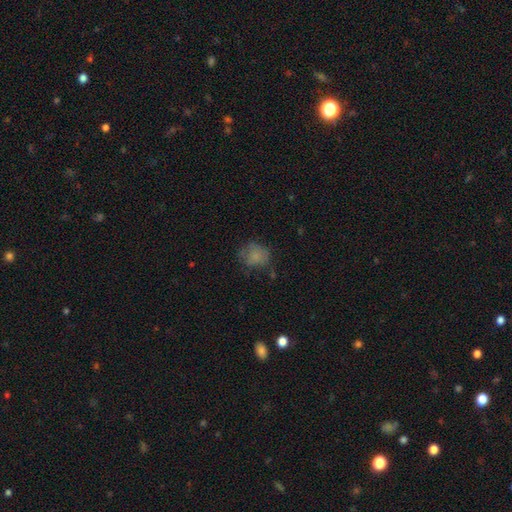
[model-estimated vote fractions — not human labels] Smooth or featured: smooth — 73% (featured or disk — 15%)
How rounded: round — 67% (in between — 32%)
Merging: none — 53% (minor disturbance — 27%)